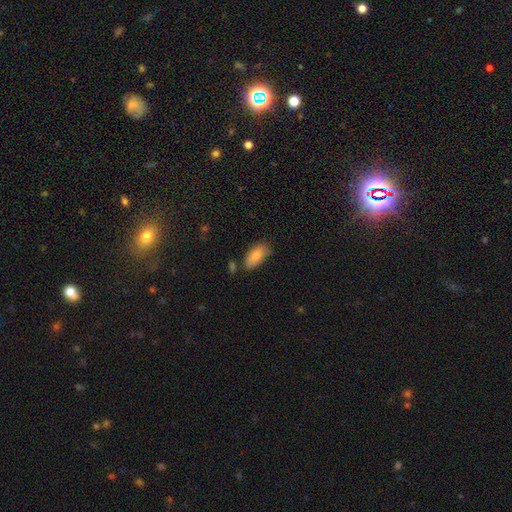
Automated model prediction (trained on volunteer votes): A smooth galaxy with no disk features (81%) that is in between round and cigar-shaped (91%).

Vote fractions:
- Smooth or featured? smooth: 81% / featured or disk: 12% / star or artifact: 7%
- How rounded? in between: 91% / cigar-shaped: 6% / round: 3%
- Merging? none: 70% / minor disturbance: 21% / merger: 5% / major disturbance: 4%